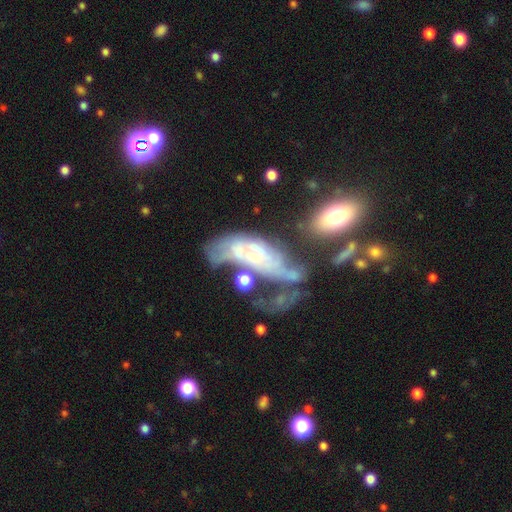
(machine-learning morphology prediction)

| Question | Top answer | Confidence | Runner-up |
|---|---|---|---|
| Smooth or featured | featured or disk | 64% | smooth (25%) |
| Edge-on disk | no | 90% | yes (10%) |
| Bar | no | 80% | weak (16%) |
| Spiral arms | no | 53% | yes (47%) |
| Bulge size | small | 56% | moderate (23%) |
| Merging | major disturbance | 36% | merger (31%) |